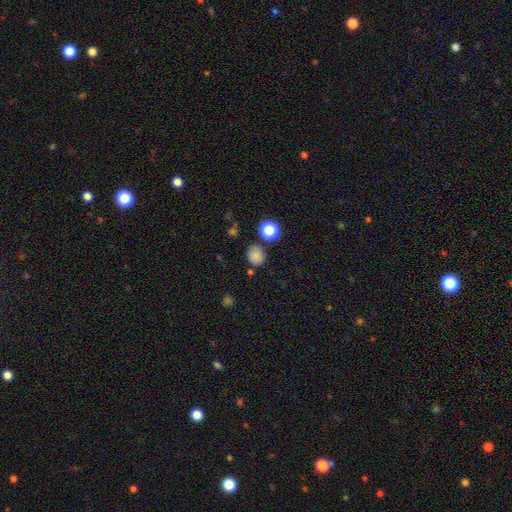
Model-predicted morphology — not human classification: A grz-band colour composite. It shows a smooth galaxy with no disk features (80%) that is round (71%). Merging: none (74%).